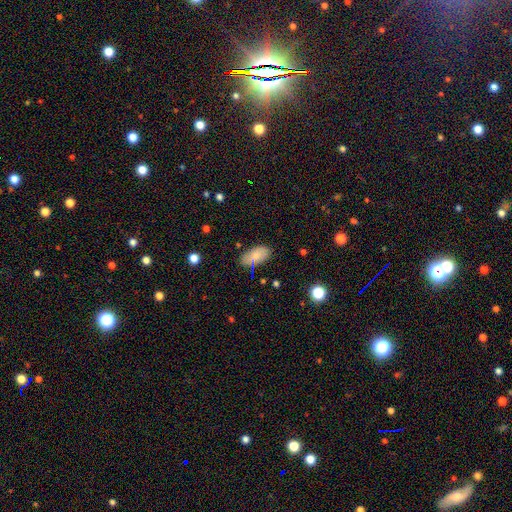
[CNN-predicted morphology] Smooth or featured? Predicted: smooth (p=0.79). How rounded? Predicted: in between (p=0.94). Merging? Predicted: none (p=0.75).